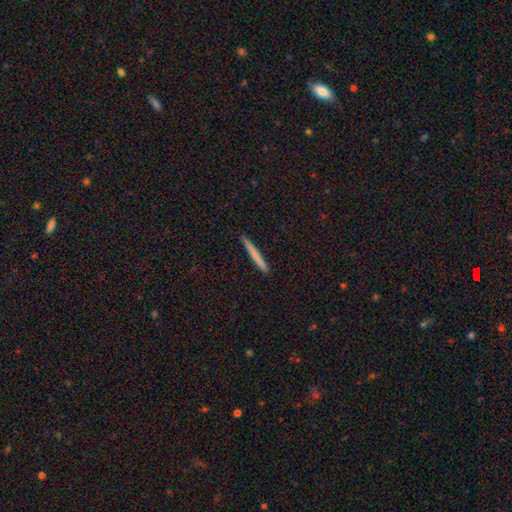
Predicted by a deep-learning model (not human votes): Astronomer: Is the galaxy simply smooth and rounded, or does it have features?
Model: smooth — 69%.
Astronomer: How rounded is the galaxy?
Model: cigar-shaped — 97%.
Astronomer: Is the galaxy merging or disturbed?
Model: none — 92%.